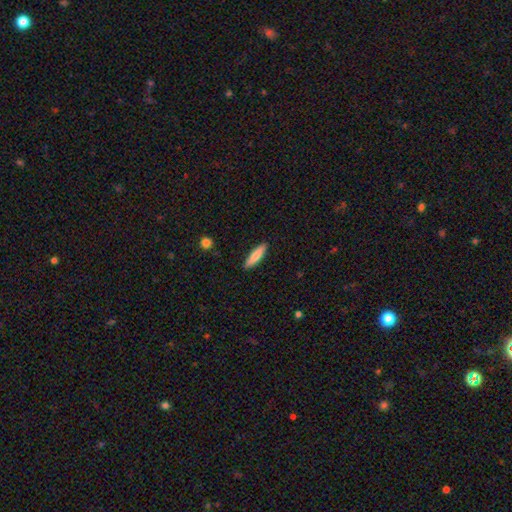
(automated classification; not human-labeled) smooth_or_featured: smooth (p=0.78) [alt: featured or disk p=0.17]
how_rounded: cigar-shaped (p=0.79) [alt: in between p=0.19]
merging: none (p=0.90) [alt: minor disturbance p=0.08]